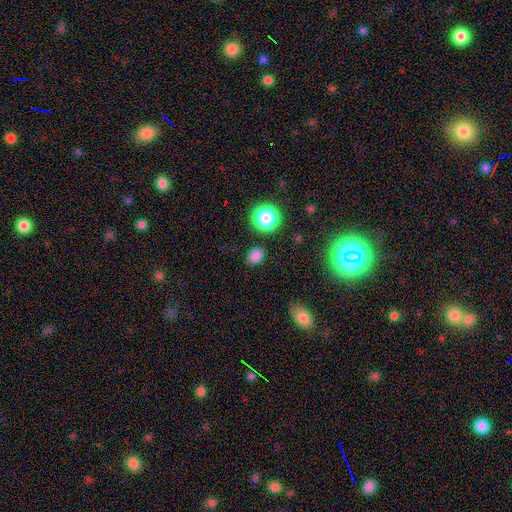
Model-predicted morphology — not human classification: type=smooth (78%); roundness=round (52%); merging=none (85%).